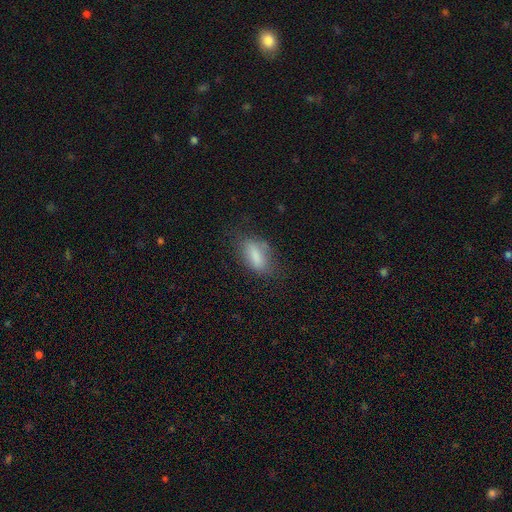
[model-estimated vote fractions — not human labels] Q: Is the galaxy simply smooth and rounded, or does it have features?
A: smooth — 77%.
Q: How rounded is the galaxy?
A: in between — 82%.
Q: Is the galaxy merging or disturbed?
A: none — 61%.